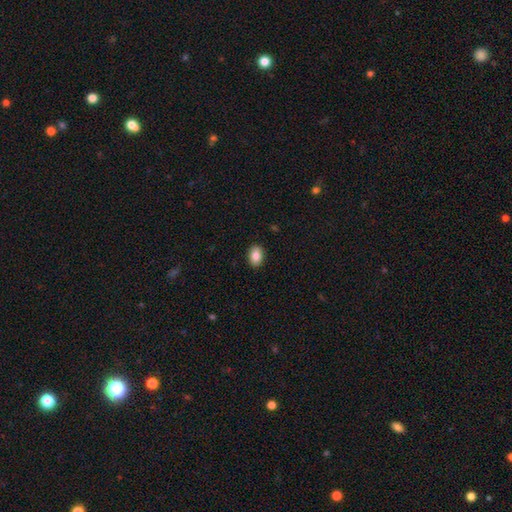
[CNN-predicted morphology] smooth_or_featured: smooth (p=0.86) [alt: star or artifact p=0.08]
how_rounded: in between (p=0.78) [alt: round p=0.21]
merging: none (p=0.90) [alt: minor disturbance p=0.07]